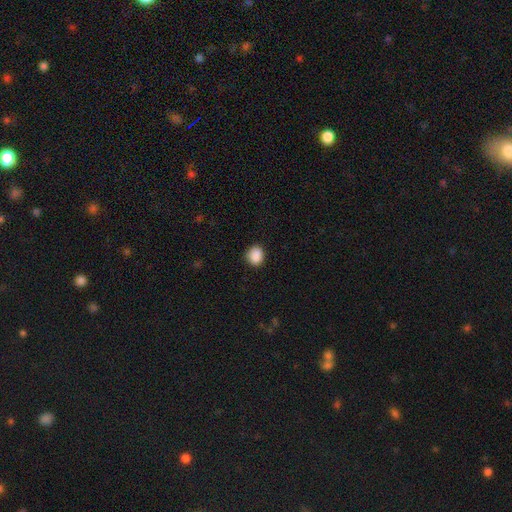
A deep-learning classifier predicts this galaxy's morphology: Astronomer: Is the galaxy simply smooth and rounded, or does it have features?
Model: smooth — 89%.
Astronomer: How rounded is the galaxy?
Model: round — 64%.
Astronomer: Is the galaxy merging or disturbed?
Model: none — 86%.